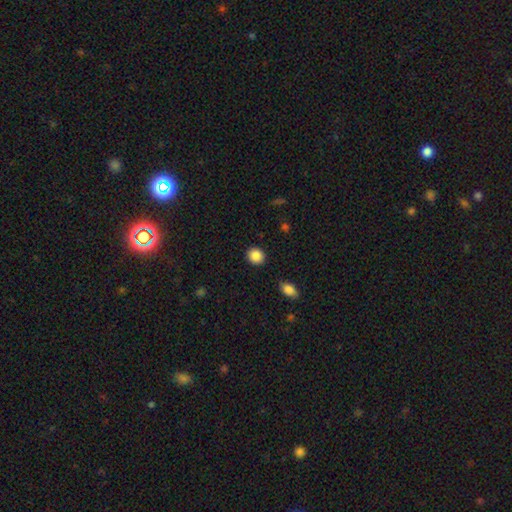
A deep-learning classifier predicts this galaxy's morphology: smooth 87%, star or artifact 9%, featured or disk 4%. Down the decision tree: how rounded — round (83%); merging — none (90%).